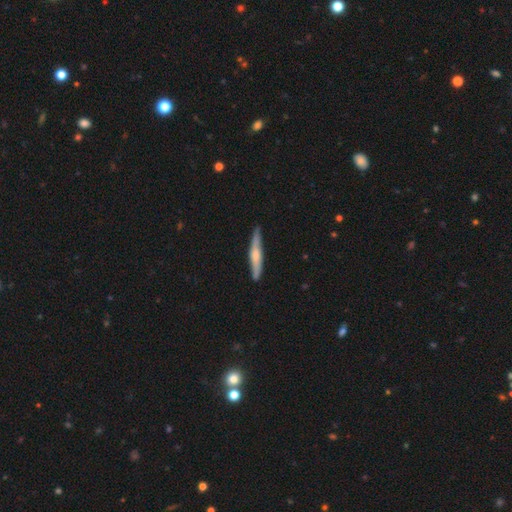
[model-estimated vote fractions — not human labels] Smooth or featured?
  - featured or disk: 51% *
  - smooth: 44%
  - star or artifact: 5%
Edge-on disk?
  - yes: 92% *
  - no: 8%
Merging?
  - none: 83% *
  - minor disturbance: 14%
  - major disturbance: 2%
  - merger: 1%